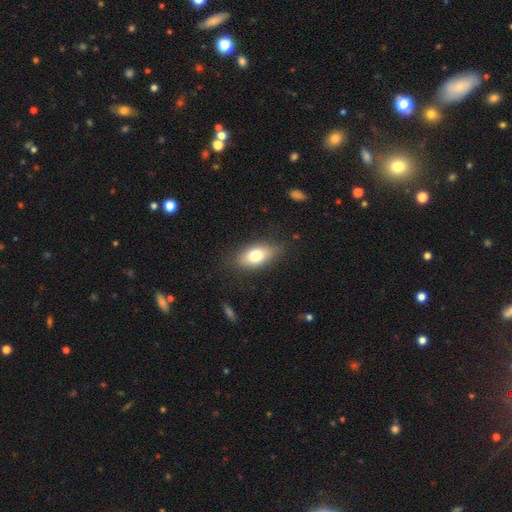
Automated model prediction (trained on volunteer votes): Q: Smooth or featured?
A: smooth (74%); runner-up: featured or disk (18%)
Q: How rounded?
A: in between (85%); runner-up: cigar-shaped (8%)
Q: Merging?
A: none (79%); runner-up: minor disturbance (16%)